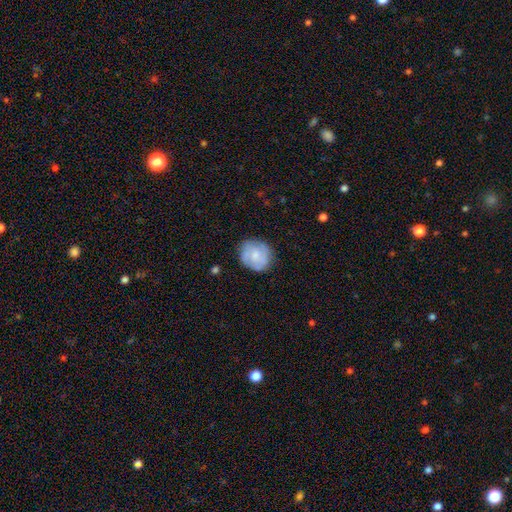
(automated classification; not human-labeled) Q: Smooth or featured?
A: smooth (55%); runner-up: featured or disk (39%)
Q: How rounded?
A: round (80%); runner-up: in between (19%)
Q: Merging?
A: none (77%); runner-up: minor disturbance (17%)